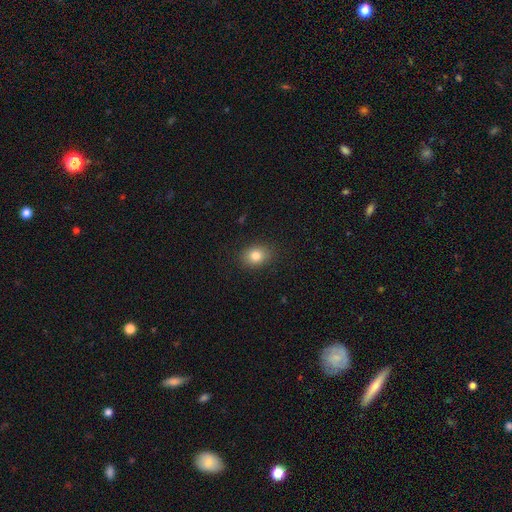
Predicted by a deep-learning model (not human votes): Overall: smooth (81%). How rounded: in between (59%; round 40%). Merging: none (88%).